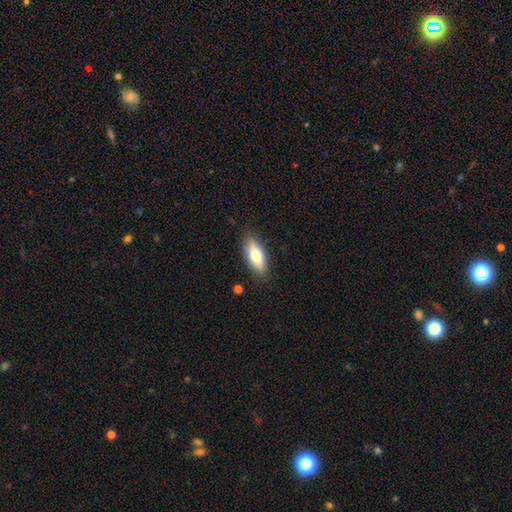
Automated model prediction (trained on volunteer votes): Smooth or featured? Predicted: smooth (p=0.69). How rounded? Predicted: in between (p=0.70). Merging? Predicted: none (p=0.85).